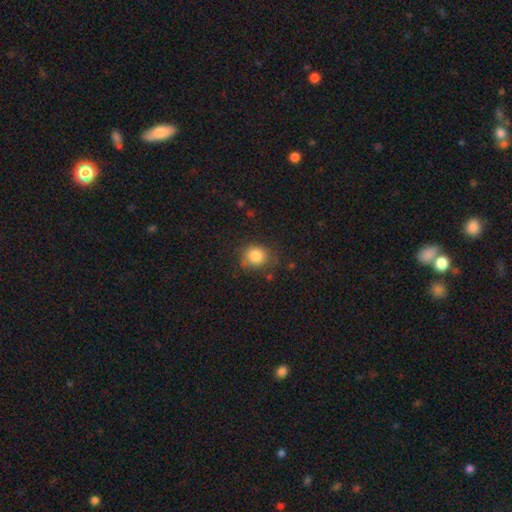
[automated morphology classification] smooth-or-featured: smooth: 83% | star or artifact: 10% | featured or disk: 6%
  how-rounded: round: 77% | in between: 22% | cigar-shaped: 1%
  merging: none: 73% | minor disturbance: 19% | major disturbance: 6% | merger: 2%